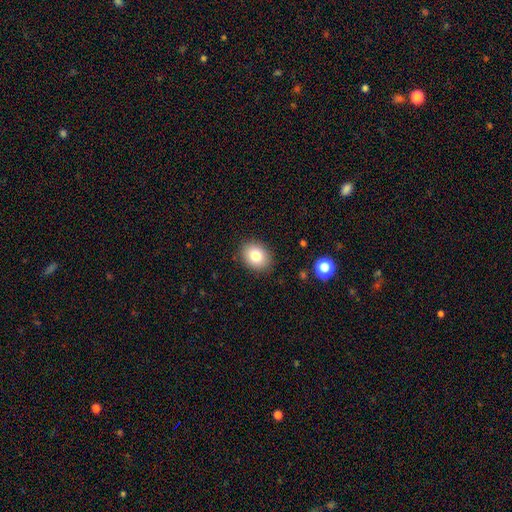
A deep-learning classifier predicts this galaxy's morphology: Smooth or featured? Predicted: smooth (p=0.81). How rounded? Predicted: in between (p=0.55). Merging? Predicted: none (p=0.87).